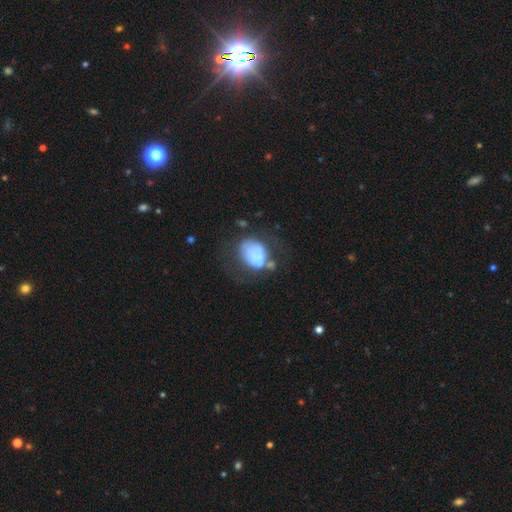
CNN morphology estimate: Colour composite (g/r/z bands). It shows a smooth galaxy with no disk features (55%) that is in between round and cigar-shaped (63%). Merging: none (32%).